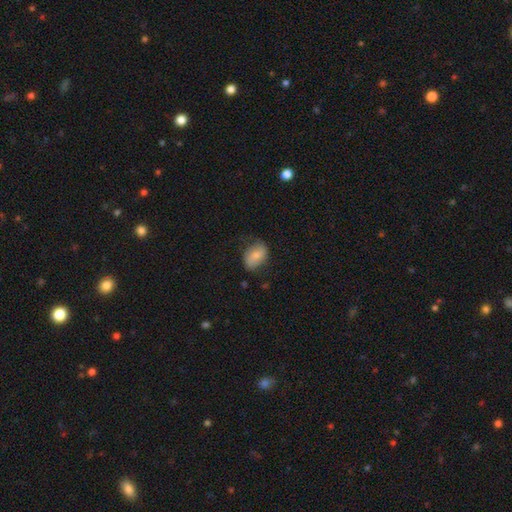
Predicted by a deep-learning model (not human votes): smooth 68%, featured or disk 24%, star or artifact 8%. Down the decision tree: how rounded — in between (80%); merging — none (65%).